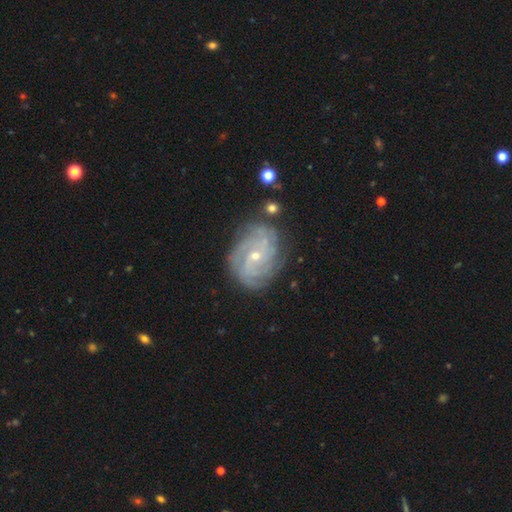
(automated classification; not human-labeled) featured or disk 85%, smooth 8%, star or artifact 7%. Down the decision tree: edge-on disk — no (97%); bar — no (60%); spiral arms — yes (96%); spiral arm count — can't tell (31%); spiral winding — tight (66%); bulge size — small (67%); merging — none (77%).